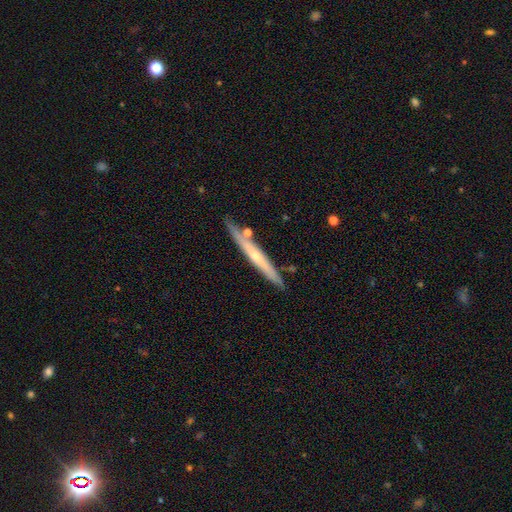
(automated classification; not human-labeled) Q: Smooth or featured?
A: featured or disk (56%); runner-up: smooth (38%)
Q: Edge-on disk?
A: yes (93%); runner-up: no (7%)
Q: Edge-on bulge?
A: none (50%); runner-up: rounded (46%)
Q: Merging?
A: none (82%); runner-up: minor disturbance (12%)